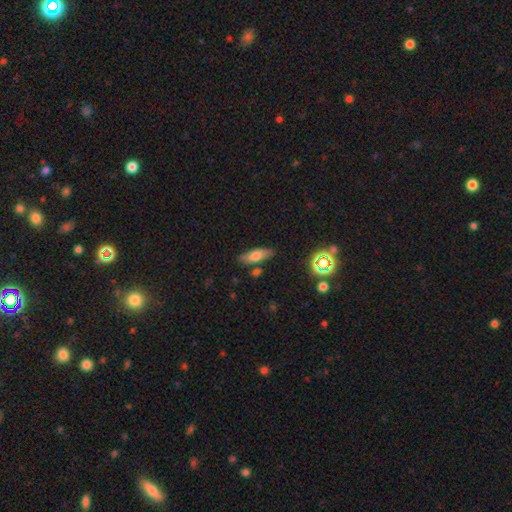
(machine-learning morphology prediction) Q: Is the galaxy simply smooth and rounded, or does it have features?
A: smooth — 70%.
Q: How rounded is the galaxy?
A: in between — 61%.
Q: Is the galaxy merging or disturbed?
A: none — 77%.